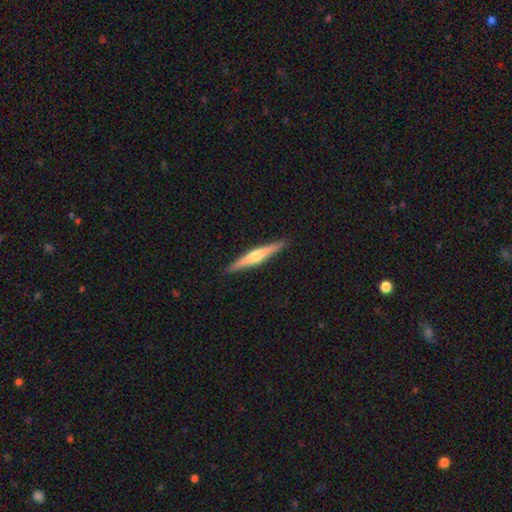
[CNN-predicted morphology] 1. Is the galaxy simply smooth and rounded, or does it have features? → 66% featured or disk, 29% smooth, 5% star or artifact.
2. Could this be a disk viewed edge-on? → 98% yes, 2% no.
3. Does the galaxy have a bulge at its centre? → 87% rounded, 7% none, 6% boxy.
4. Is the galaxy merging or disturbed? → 92% none, 6% minor disturbance, 1% major disturbance, 1% merger.